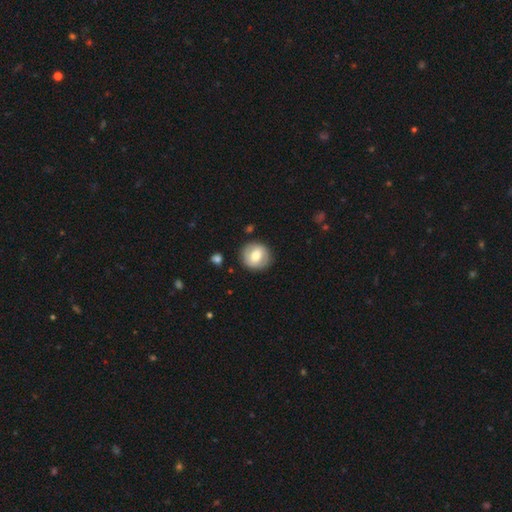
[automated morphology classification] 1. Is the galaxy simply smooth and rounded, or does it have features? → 60% smooth, 33% featured or disk, 7% star or artifact.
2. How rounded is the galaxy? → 89% round, 10% in between, 1% cigar-shaped.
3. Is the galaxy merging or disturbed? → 86% none, 9% minor disturbance, 3% major disturbance, 2% merger.